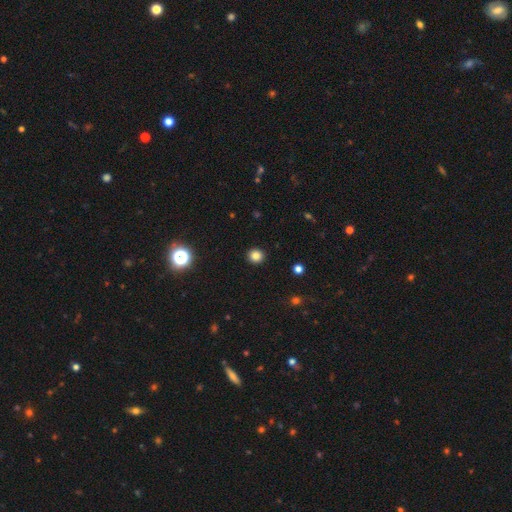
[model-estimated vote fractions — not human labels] This is clearly a smooth galaxy (83%). How rounded: clearly round (90%). Merging: clearly none (93%).